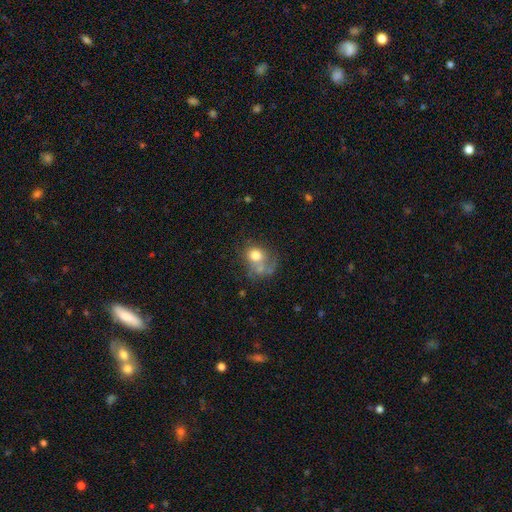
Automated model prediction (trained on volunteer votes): Q: Smooth or featured?
A: smooth (68%); runner-up: featured or disk (21%)
Q: How rounded?
A: round (62%); runner-up: in between (37%)
Q: Merging?
A: none (34%); runner-up: merger (28%)